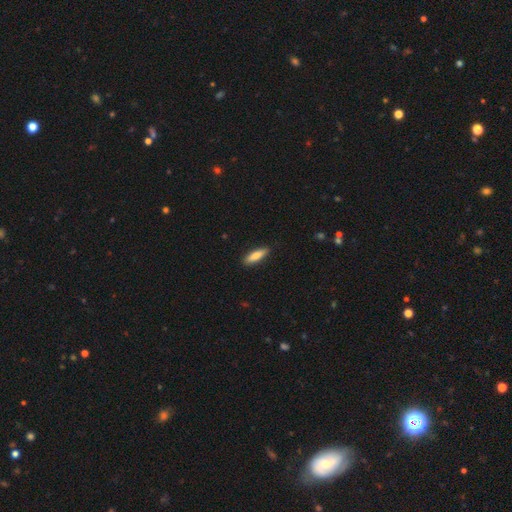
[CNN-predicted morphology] Smooth or featured: smooth — 83% (featured or disk — 12%)
How rounded: cigar-shaped — 58% (in between — 40%)
Merging: none — 88% (minor disturbance — 9%)